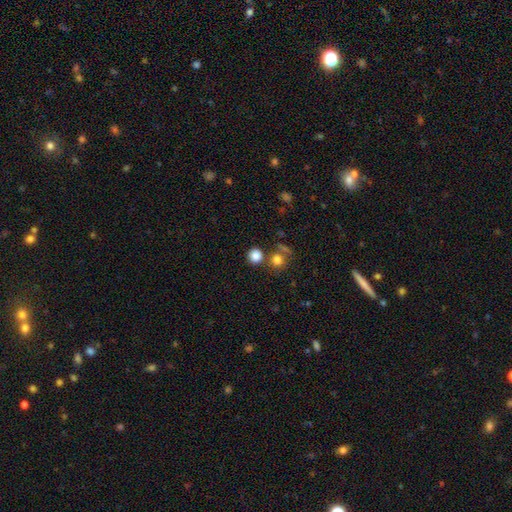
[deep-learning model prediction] smooth_or_featured: smooth (p=0.84) [alt: star or artifact p=0.12]
how_rounded: round (p=0.91) [alt: in between p=0.08]
merging: none (p=0.76) [alt: merger p=0.13]